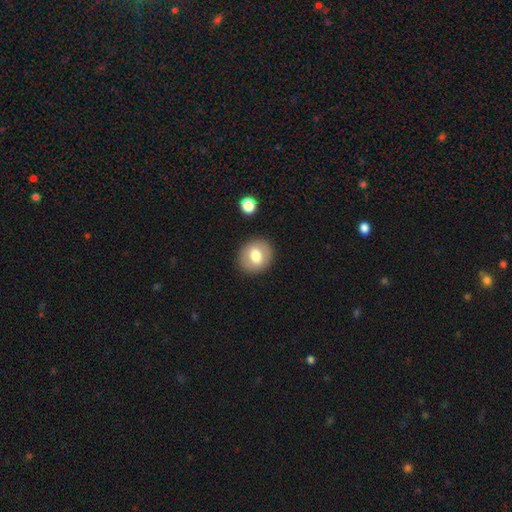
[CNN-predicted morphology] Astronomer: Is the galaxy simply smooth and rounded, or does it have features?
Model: smooth — 72%.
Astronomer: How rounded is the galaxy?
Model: round — 73%.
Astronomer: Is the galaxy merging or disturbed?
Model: none — 88%.